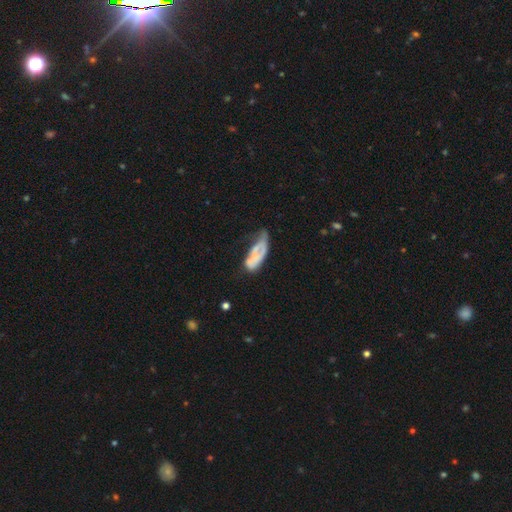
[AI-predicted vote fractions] Overall: featured or disk (48%; smooth 45%). Merging: minor disturbance (34%; major disturbance 33%).